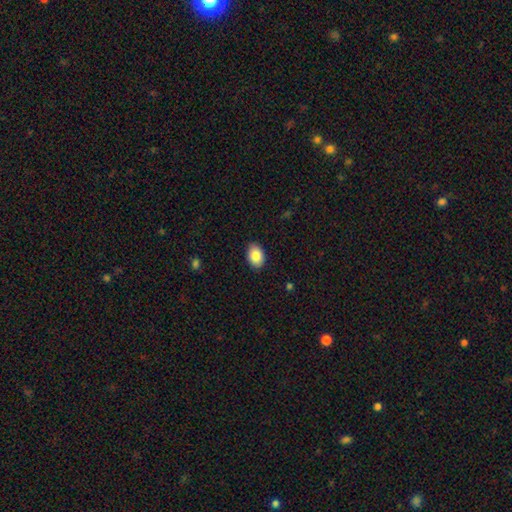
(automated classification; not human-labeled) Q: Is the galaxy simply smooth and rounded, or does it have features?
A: smooth — 86%.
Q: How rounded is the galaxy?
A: in between — 83%.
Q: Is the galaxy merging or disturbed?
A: none — 87%.